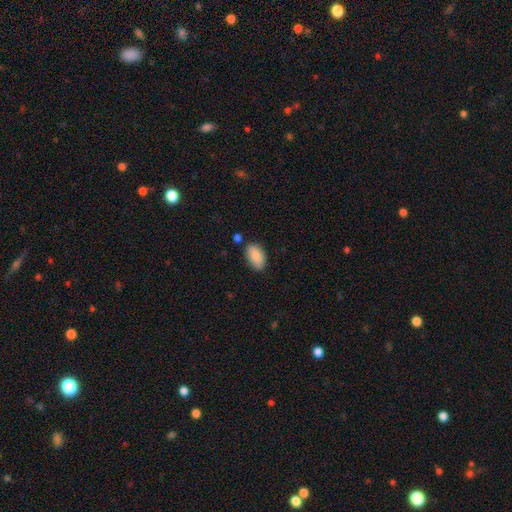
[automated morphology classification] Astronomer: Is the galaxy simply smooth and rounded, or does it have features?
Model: smooth — 88%.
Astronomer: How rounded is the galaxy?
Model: in between — 94%.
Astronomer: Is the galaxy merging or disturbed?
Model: none — 76%.